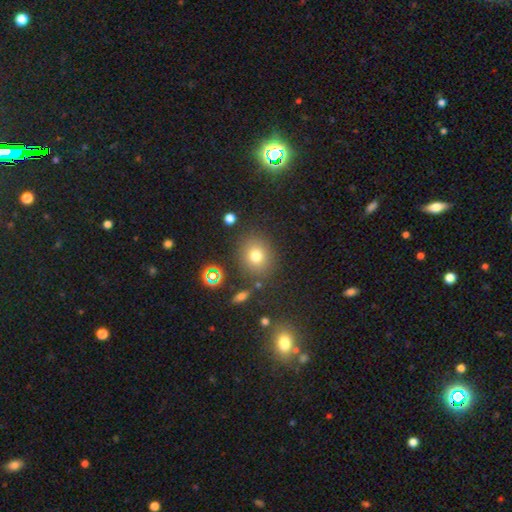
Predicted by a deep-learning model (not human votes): Smooth or featured? smooth (73%)
How rounded? round (73%)
Merging? none (82%)